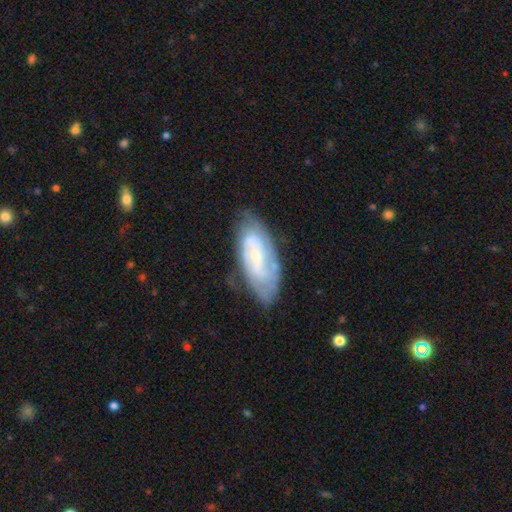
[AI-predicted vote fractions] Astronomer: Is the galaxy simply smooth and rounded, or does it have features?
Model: featured or disk — 69%.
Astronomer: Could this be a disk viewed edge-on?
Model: no — 91%.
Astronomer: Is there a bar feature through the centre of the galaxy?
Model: no — 48% (runner-up: weak, 40%).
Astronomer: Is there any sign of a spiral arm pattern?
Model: yes — 81%.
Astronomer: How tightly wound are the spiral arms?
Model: tight — 57% (runner-up: medium, 33%).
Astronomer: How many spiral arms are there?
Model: can't tell — 45% (runner-up: 2, 38%).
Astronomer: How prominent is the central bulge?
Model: small — 58%.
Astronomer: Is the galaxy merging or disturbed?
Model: none — 68%.